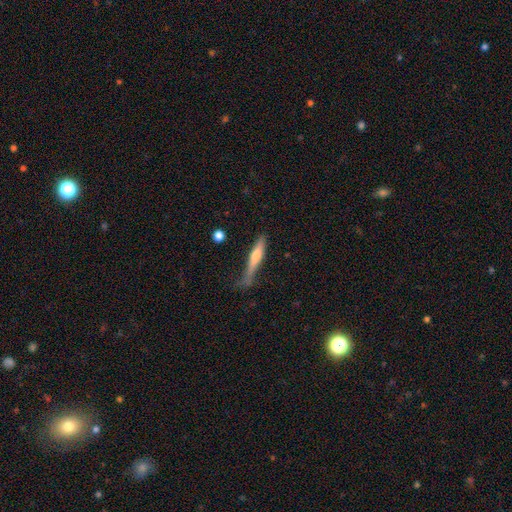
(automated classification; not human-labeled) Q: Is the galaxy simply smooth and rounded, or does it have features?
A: smooth — 52%.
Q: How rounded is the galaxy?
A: cigar-shaped — 91%.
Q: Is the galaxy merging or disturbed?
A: none — 53%.